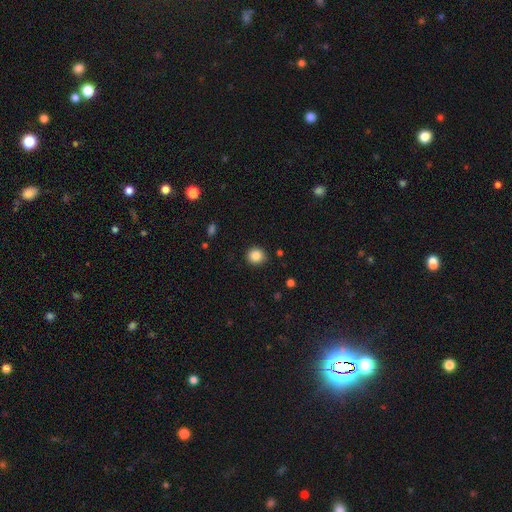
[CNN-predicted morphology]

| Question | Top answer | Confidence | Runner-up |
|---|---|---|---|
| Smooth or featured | smooth | 87% | star or artifact (10%) |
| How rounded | round | 89% | in between (10%) |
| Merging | none | 88% | minor disturbance (9%) |